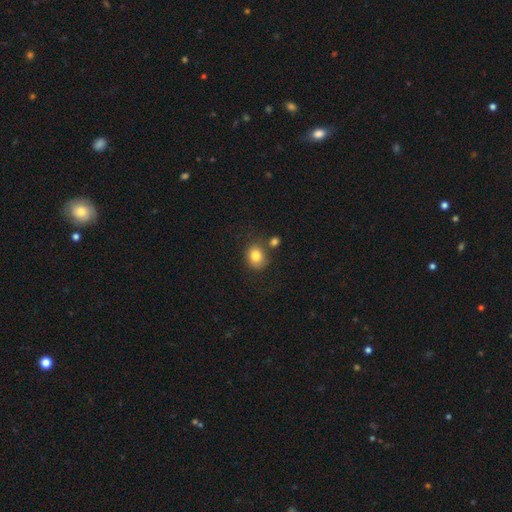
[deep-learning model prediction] Q: Smooth or featured?
A: smooth (82%); runner-up: star or artifact (10%)
Q: How rounded?
A: round (68%); runner-up: in between (31%)
Q: Merging?
A: none (70%); runner-up: minor disturbance (14%)